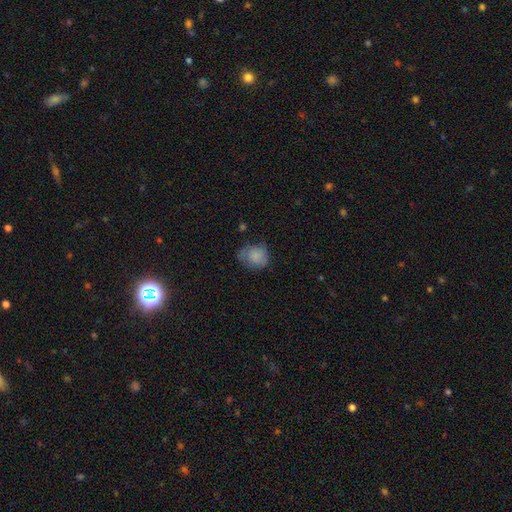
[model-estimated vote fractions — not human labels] smooth-or-featured: smooth: 78% | featured or disk: 13% | star or artifact: 9%
  how-rounded: round: 62% | in between: 37% | cigar-shaped: 1%
  merging: none: 54% | minor disturbance: 32% | major disturbance: 12% | merger: 2%